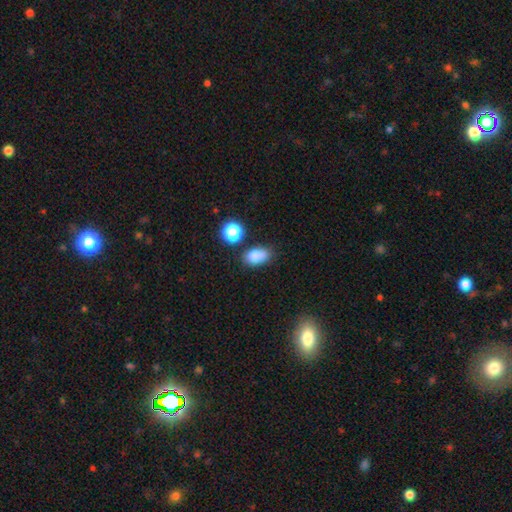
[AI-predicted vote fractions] This appears to be a smooth galaxy with no disk features (82%) that is in between round and cigar-shaped (83%). Merging: none (65%).